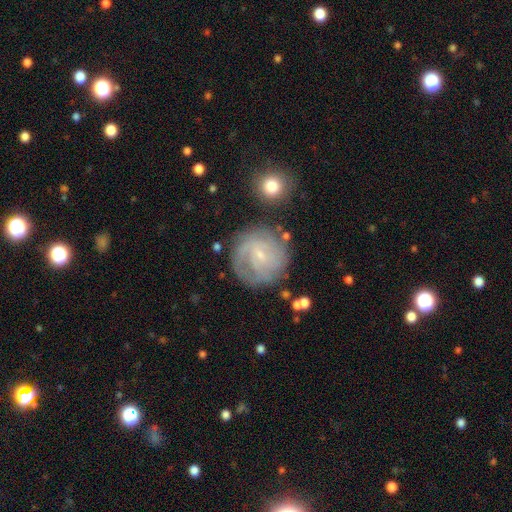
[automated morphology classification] Overall: featured or disk (70%). Edge-on disk: no (97%). Bar: no (51%; weak 40%). Spiral arms: yes (91%). Spiral arm count: can't tell (37%; 2 31%). Spiral winding: tight (67%). Bulge size: small (78%). Merging: none (77%).